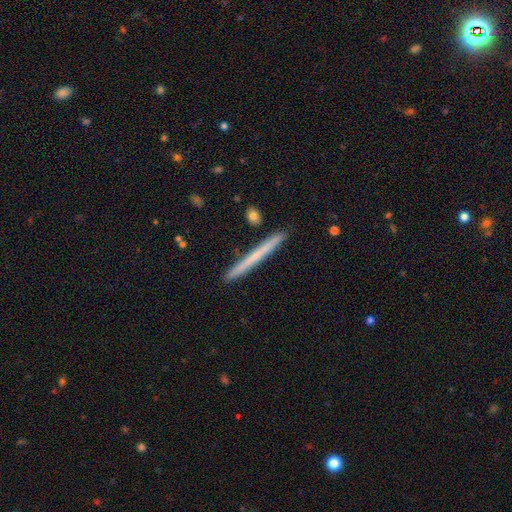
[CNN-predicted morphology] The model was most divided on "smooth or featured": smooth: 56%, featured or disk: 38%, star or artifact: 6%. More confident: how rounded — cigar-shaped (97%); merging — none (91%).